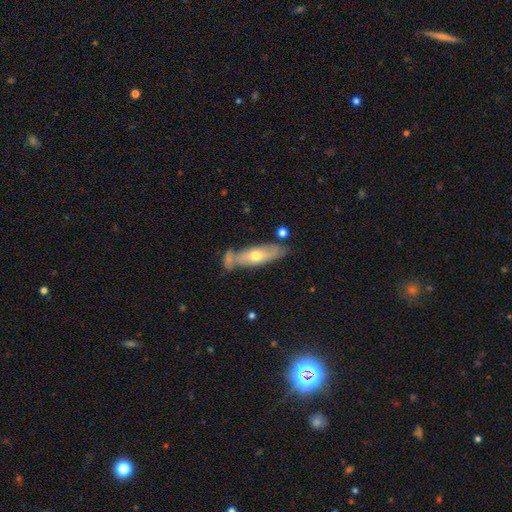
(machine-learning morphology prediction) This is possibly a featured or disk galaxy (56%). It is possibly not viewed edge-on (57%). Merging: likely none (61%).